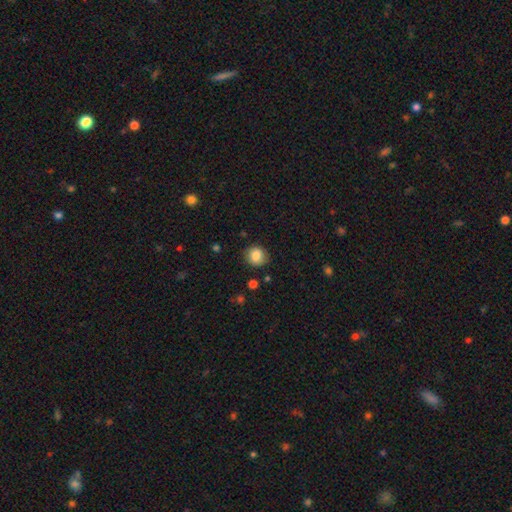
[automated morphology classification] Overall: smooth (84%). How rounded: round (81%). Merging: none (83%).